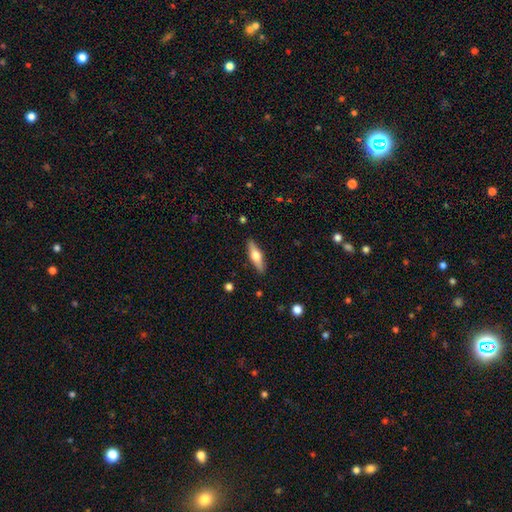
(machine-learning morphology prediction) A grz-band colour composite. It shows a featured or disk galaxy (49%). Merging: none (89%).